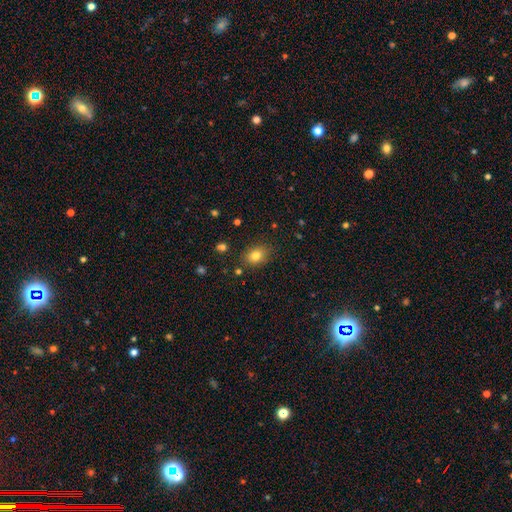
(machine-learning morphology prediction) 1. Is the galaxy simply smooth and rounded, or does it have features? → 81% smooth, 11% star or artifact, 9% featured or disk.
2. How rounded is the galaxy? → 74% in between, 25% round, 1% cigar-shaped.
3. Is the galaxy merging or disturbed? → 84% none, 11% minor disturbance, 3% major disturbance, 2% merger.